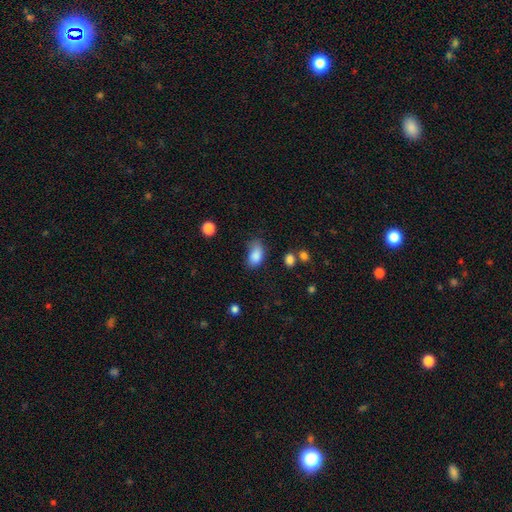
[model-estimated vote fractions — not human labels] Morphology: type=smooth (85%); roundness=in between (90%); merging=none (49%).